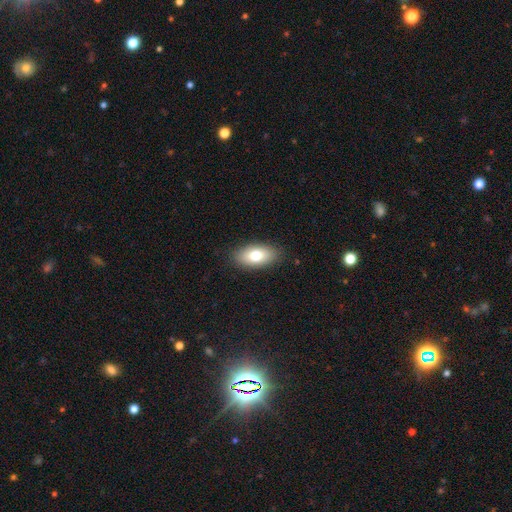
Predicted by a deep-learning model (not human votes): Overall: smooth (76%). How rounded: in between (91%). Merging: none (86%).